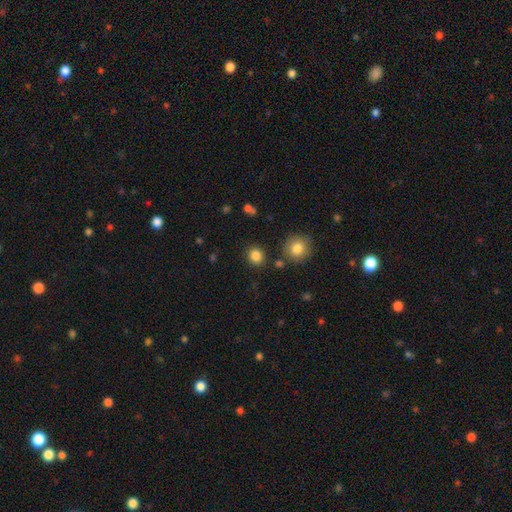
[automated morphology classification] This appears to be a smooth galaxy with no disk features (84%) that is round (80%). Merging: none (85%).